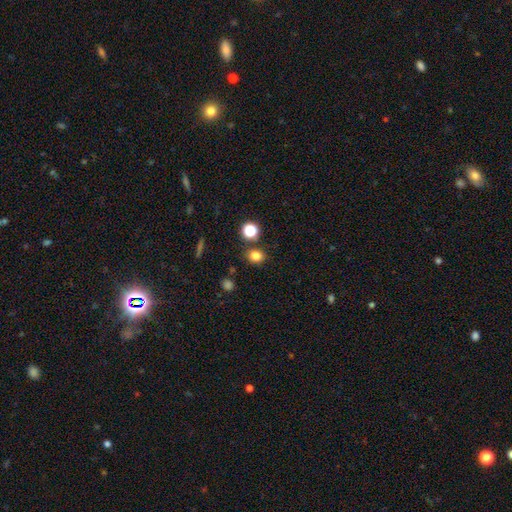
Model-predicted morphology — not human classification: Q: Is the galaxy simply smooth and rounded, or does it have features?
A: smooth — 79%.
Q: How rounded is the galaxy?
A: round — 66%.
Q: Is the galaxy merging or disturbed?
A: none — 80%.